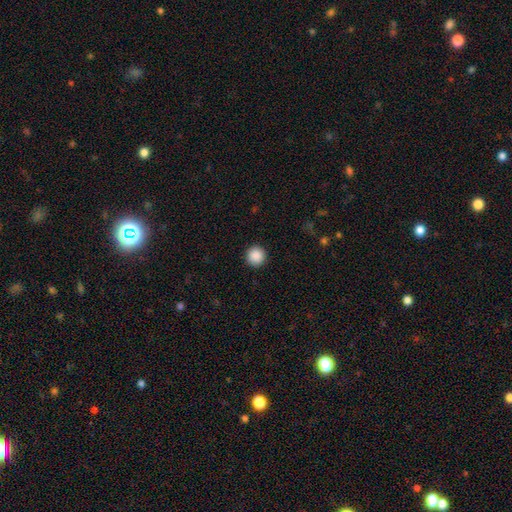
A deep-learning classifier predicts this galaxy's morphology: The model was most divided on "smooth or featured": smooth: 89%, star or artifact: 9%, featured or disk: 3%. More confident: how rounded — round (95%); merging — none (92%).